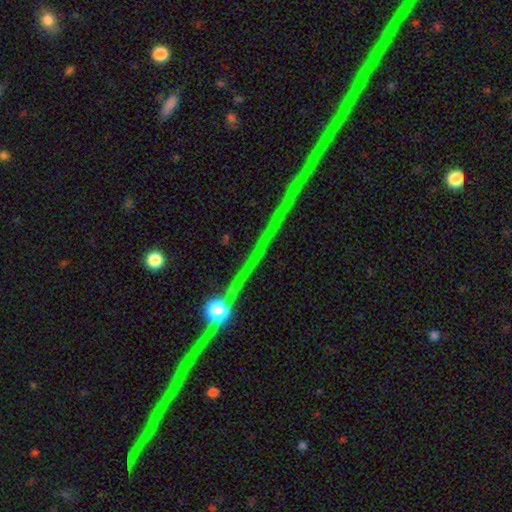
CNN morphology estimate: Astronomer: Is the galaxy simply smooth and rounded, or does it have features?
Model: star or artifact — 58% (runner-up: featured or disk, 33%).